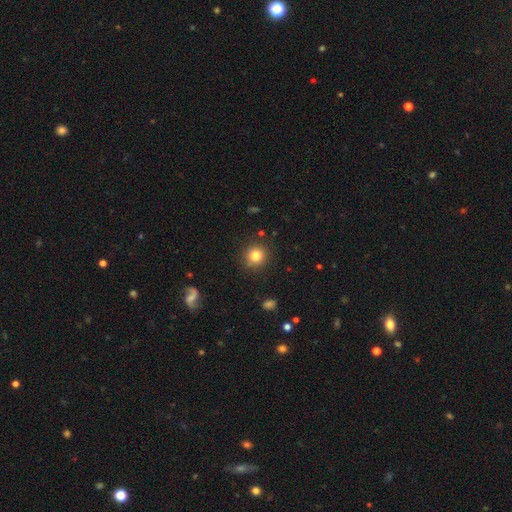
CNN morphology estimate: This is clearly a smooth galaxy (81%). How rounded: clearly round (91%). Merging: clearly none (90%).